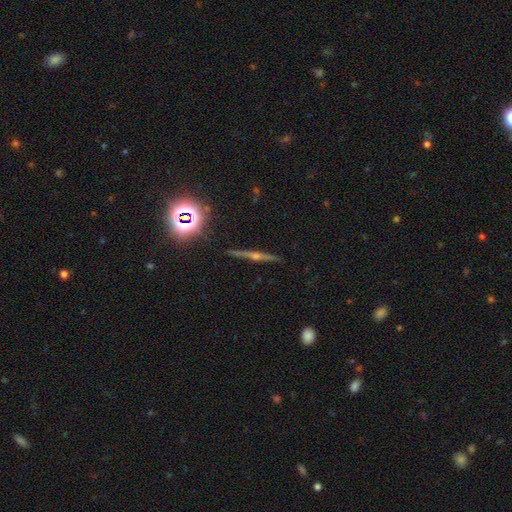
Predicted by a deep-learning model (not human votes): Smooth or featured: featured or disk — 69% (star or artifact — 17%)
Edge-on disk: yes — 97% (no — 3%)
Edge-on bulge: rounded — 86% (none — 8%)
Merging: none — 91% (minor disturbance — 6%)